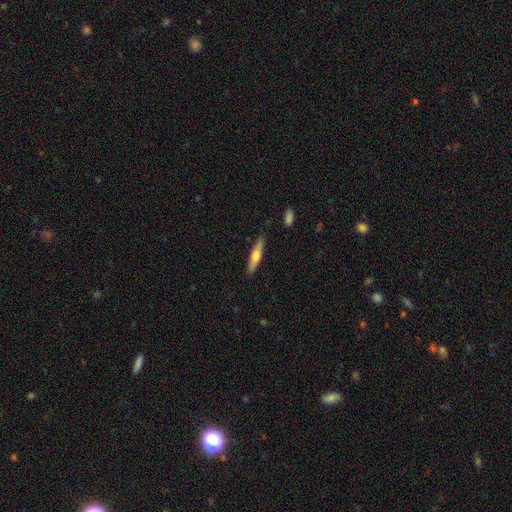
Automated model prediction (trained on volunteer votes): Morphology: type=featured or disk (51%); edge-on=yes (95%); merging=none (88%).